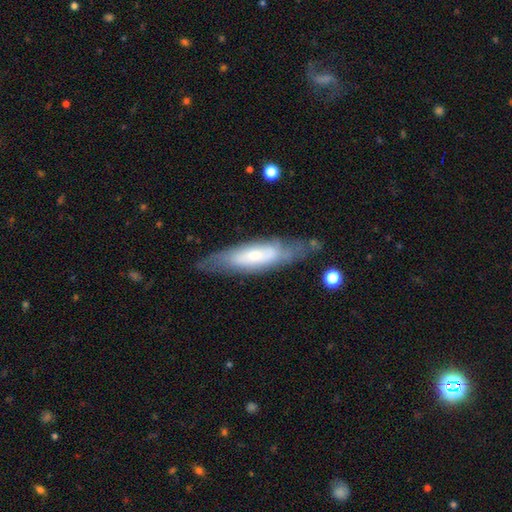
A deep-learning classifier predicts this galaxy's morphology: Smooth or featured? Predicted: featured or disk (p=0.49). Merging? Predicted: none (p=0.71).